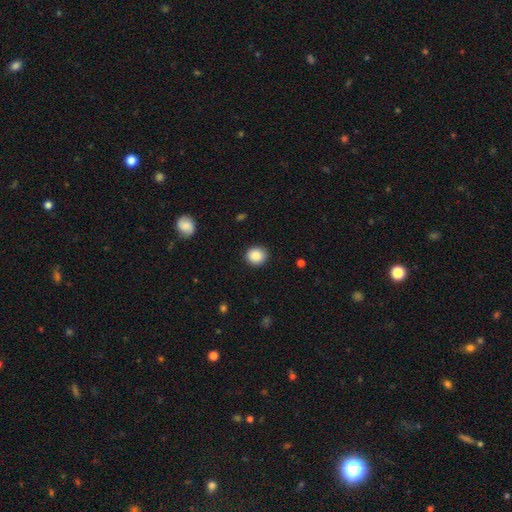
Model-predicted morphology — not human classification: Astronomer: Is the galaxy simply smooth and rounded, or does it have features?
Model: smooth — 88%.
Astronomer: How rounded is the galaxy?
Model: round — 85%.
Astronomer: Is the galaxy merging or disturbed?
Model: none — 91%.